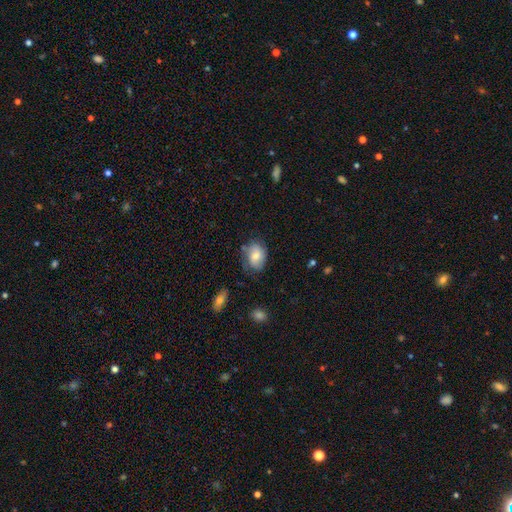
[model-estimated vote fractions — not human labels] This is likely a smooth galaxy (71%). How rounded: likely in between (71%). Merging: likely none (64%).